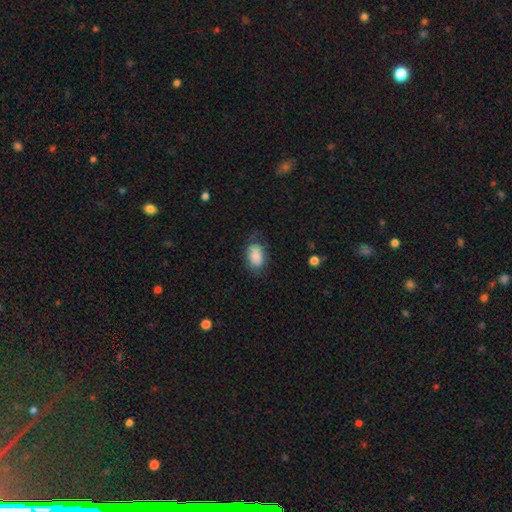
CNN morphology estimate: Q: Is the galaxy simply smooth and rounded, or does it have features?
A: smooth — 86%.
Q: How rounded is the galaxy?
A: in between — 89%.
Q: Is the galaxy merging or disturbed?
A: none — 68%.